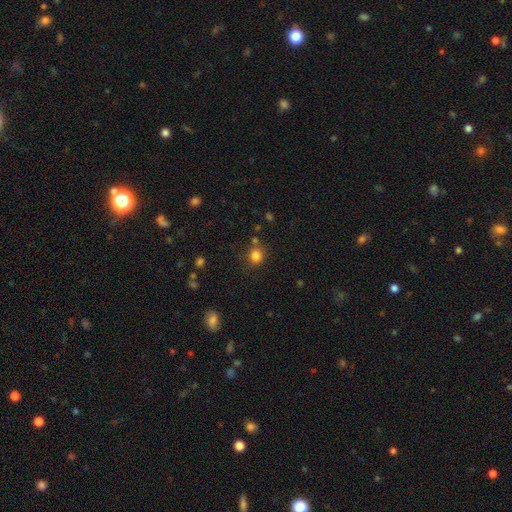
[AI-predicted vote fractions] Smooth or featured? smooth (82%)
How rounded? round (85%)
Merging? none (76%)